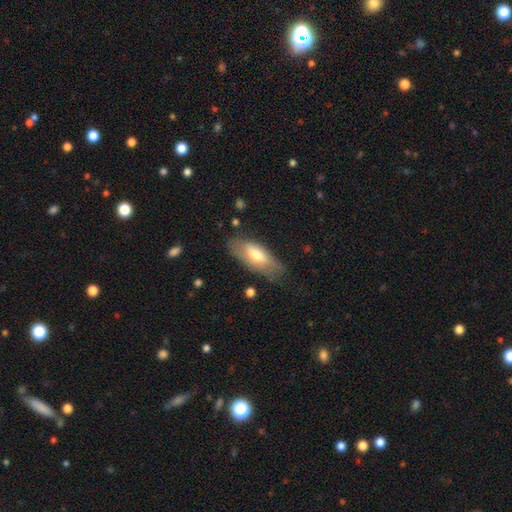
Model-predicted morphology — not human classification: smooth-or-featured: smooth: 62% | featured or disk: 32% | star or artifact: 6%
  how-rounded: in between: 79% | cigar-shaped: 19% | round: 2%
  merging: none: 65% | minor disturbance: 26% | major disturbance: 8% | merger: 2%